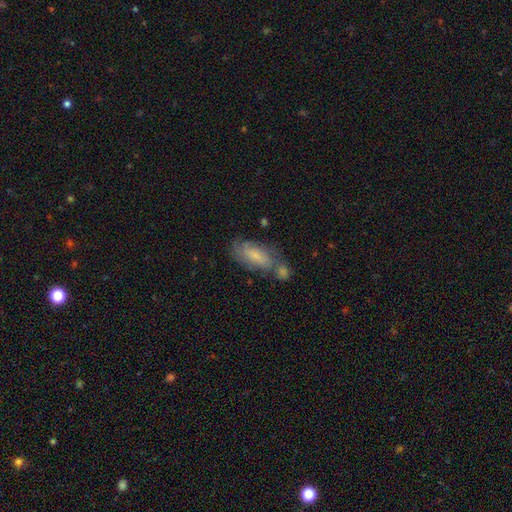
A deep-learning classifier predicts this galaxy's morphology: The model was most divided on "smooth or featured": smooth: 56%, featured or disk: 36%, star or artifact: 8%. Remaining: how rounded — in between (80%); merging — none (47%).